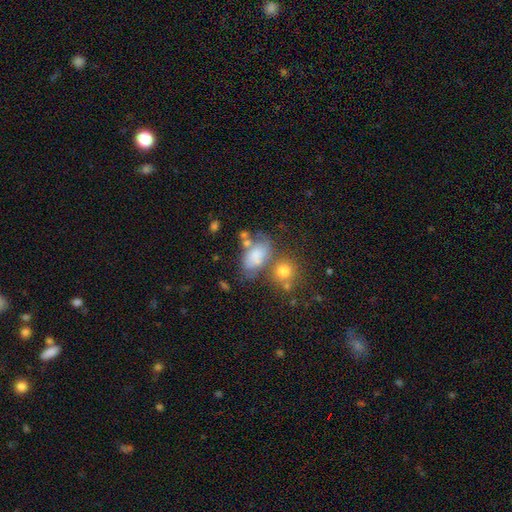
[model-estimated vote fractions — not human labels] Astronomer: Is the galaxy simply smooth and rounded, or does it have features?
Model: smooth — 62%.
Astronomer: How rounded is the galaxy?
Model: in between — 85%.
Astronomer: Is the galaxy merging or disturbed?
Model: none — 35% (runner-up: merger, 26%).